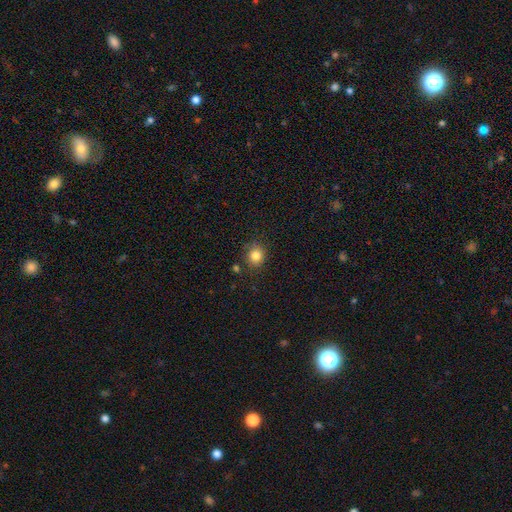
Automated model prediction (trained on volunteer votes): This appears to be a smooth galaxy with no disk features (82%) that is round (82%). Merging: none (83%).